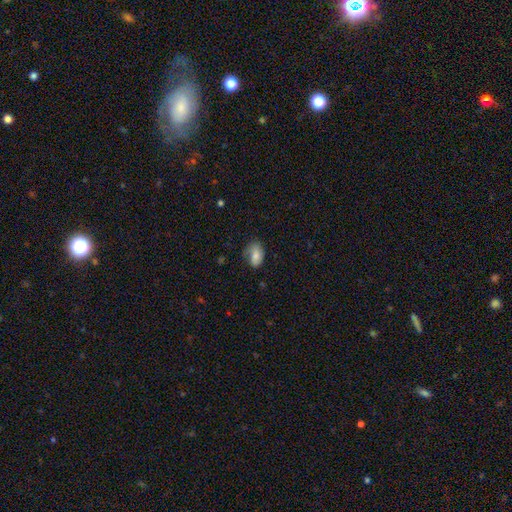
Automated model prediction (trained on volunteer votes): smooth_or_featured: smooth (p=0.78) [alt: featured or disk p=0.15]
how_rounded: in between (p=0.91) [alt: round p=0.07]
merging: none (p=0.60) [alt: minor disturbance p=0.30]